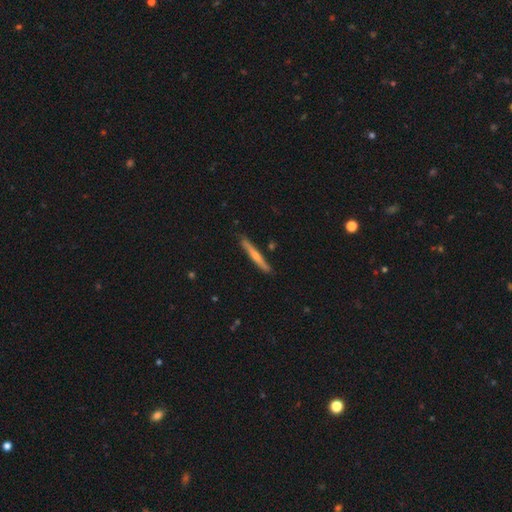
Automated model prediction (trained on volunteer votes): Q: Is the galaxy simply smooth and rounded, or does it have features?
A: featured or disk — 51%.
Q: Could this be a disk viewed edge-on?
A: yes — 96%.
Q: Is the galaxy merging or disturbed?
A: none — 86%.